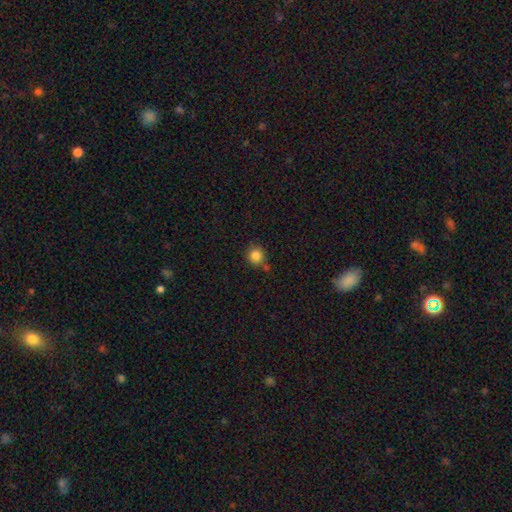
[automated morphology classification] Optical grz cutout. It shows a smooth galaxy with no disk features (84%) that is round (90%). Merging: none (69%).